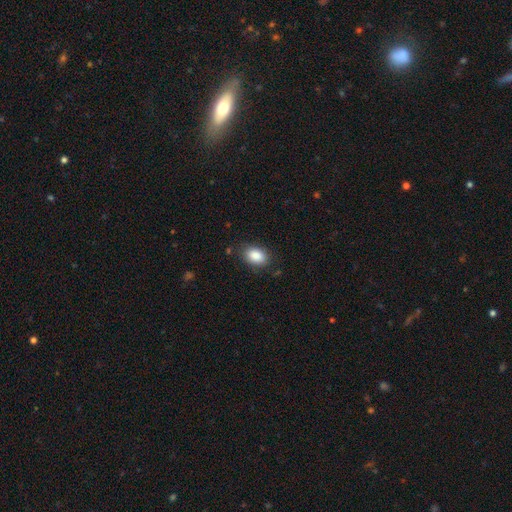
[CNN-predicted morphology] This appears to be a smooth galaxy with no disk features (88%) that is in between round and cigar-shaped (83%). Merging: none (82%).